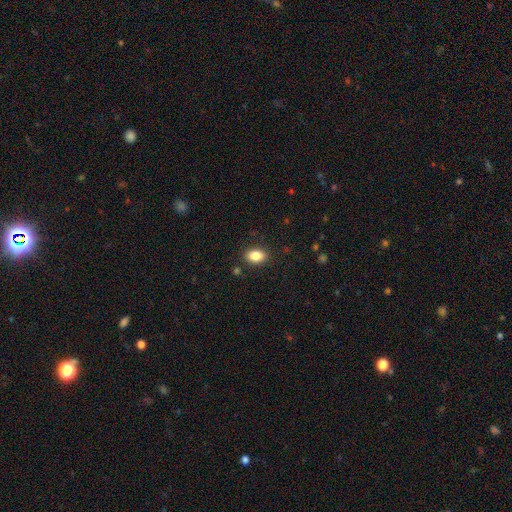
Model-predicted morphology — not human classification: The model was most divided on "how rounded": in between: 86%, round: 13%, cigar-shaped: 2%. More confident: merging — none (88%); smooth or featured — smooth (85%).